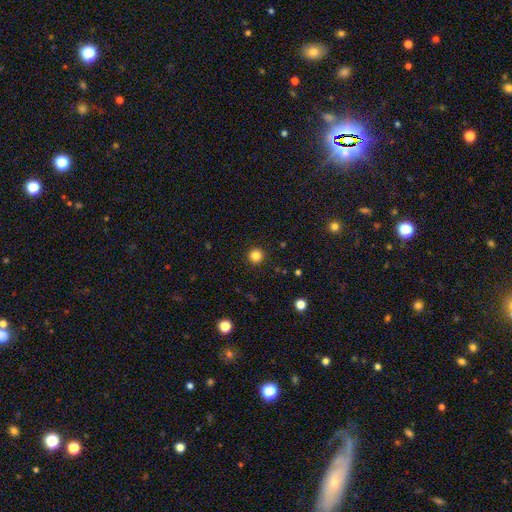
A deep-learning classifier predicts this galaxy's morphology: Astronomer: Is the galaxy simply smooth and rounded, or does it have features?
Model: smooth — 84%.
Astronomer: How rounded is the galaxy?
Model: round — 96%.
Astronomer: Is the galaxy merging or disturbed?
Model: none — 93%.